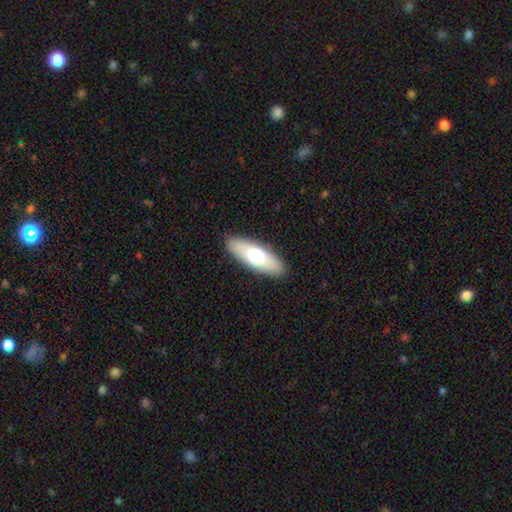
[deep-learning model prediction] Q: Smooth or featured?
A: smooth (68%); runner-up: featured or disk (27%)
Q: How rounded?
A: in between (61%); runner-up: cigar-shaped (37%)
Q: Merging?
A: none (89%); runner-up: minor disturbance (8%)